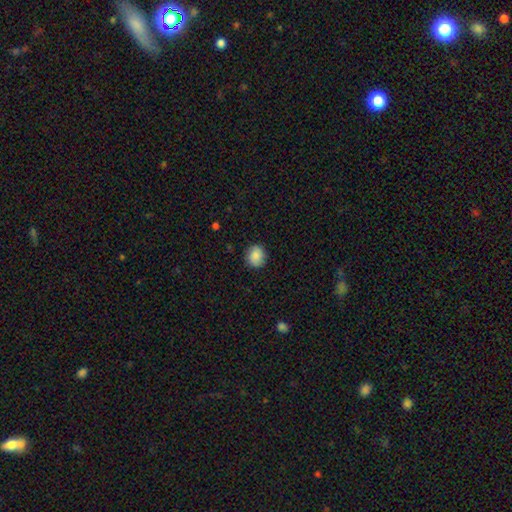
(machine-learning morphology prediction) The model was most divided on "how rounded": round: 76%, in between: 23%, cigar-shaped: 1%. More confident: merging — none (87%); smooth or featured — smooth (87%).